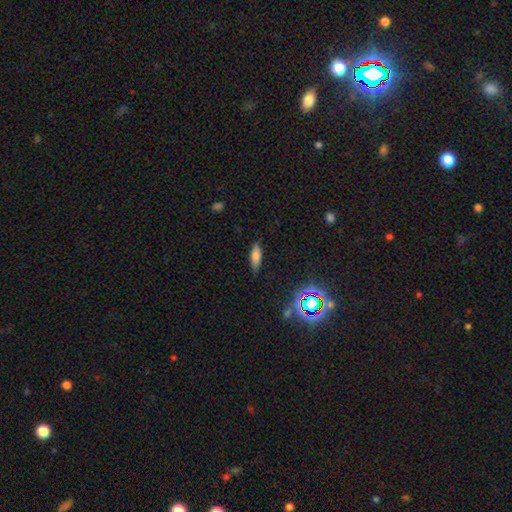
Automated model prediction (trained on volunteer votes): Smooth or featured?
  - smooth: 73% *
  - featured or disk: 15%
  - star or artifact: 11%
How rounded?
  - in between: 61% *
  - cigar-shaped: 36%
  - round: 3%
Merging?
  - none: 82% *
  - minor disturbance: 13%
  - major disturbance: 3%
  - merger: 1%